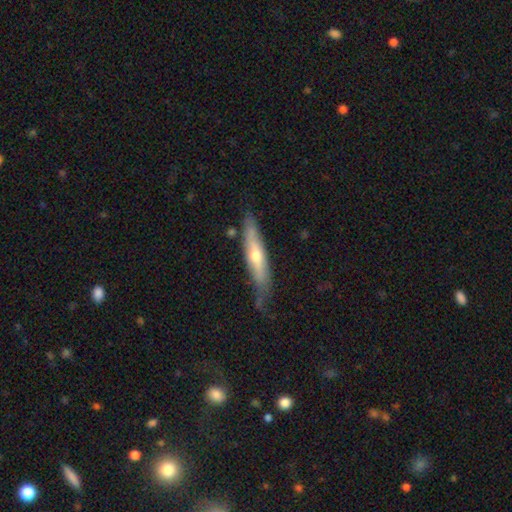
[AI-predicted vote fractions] The model was most divided on "smooth or featured": featured or disk: 59%, smooth: 35%, star or artifact: 6%. More confident: edge-on disk — yes (74%); merging — none (67%).